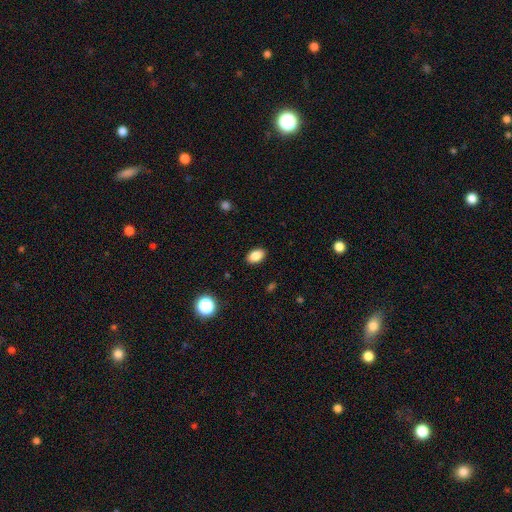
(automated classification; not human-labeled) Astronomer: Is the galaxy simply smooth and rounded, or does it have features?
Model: smooth — 86%.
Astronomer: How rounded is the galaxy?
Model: in between — 88%.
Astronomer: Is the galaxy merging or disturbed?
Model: none — 89%.